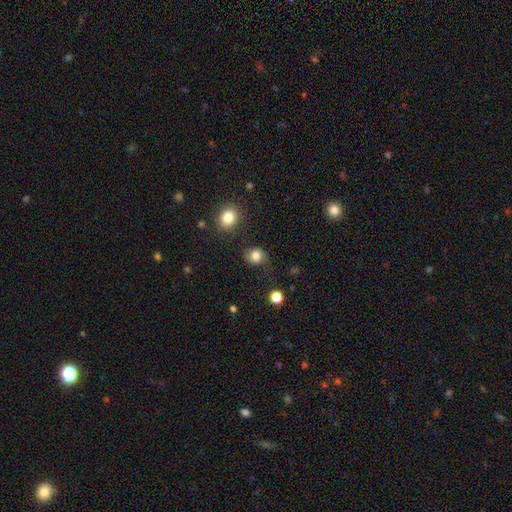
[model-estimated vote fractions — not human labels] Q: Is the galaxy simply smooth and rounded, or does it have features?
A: smooth — 80%.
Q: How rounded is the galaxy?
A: round — 71%.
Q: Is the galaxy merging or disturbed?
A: none — 67%.